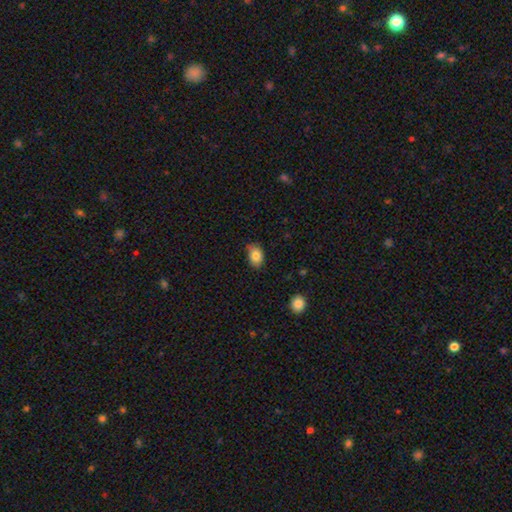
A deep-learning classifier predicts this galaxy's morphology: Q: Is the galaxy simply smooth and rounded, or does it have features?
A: smooth — 84%.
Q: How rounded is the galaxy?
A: in between — 82%.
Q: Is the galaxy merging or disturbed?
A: none — 74%.